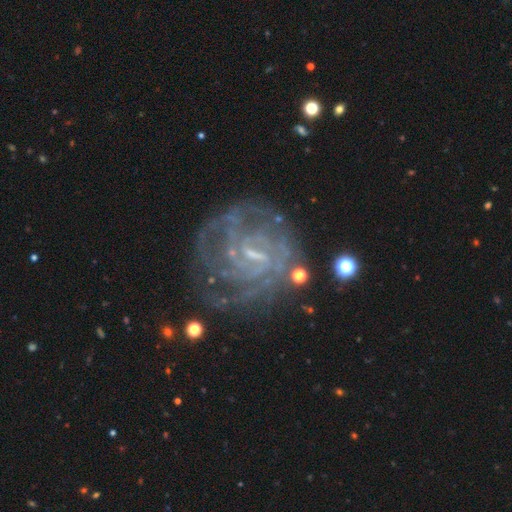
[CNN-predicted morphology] featured or disk 83%, star or artifact 9%, smooth 7%. Down the decision tree: edge-on disk — no (98%); bar — weak (52%); spiral arms — yes (90%); spiral arm count — can't tell (40%); spiral winding — tight (67%); bulge size — small (57%); merging — none (68%).